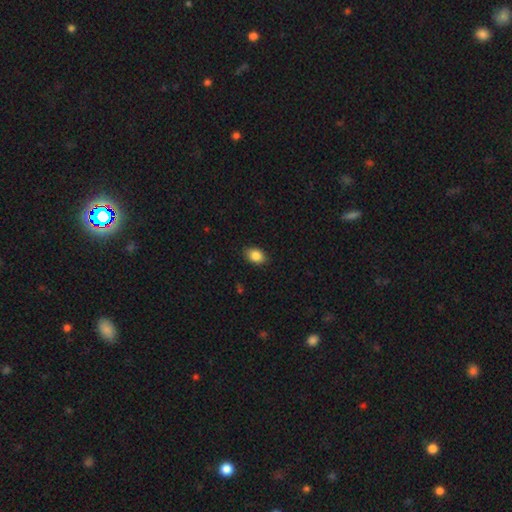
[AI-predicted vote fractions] Smooth or featured?
  - smooth: 87% *
  - star or artifact: 8%
  - featured or disk: 5%
How rounded?
  - in between: 77% *
  - round: 22%
  - cigar-shaped: 1%
Merging?
  - none: 86% *
  - minor disturbance: 10%
  - major disturbance: 2%
  - merger: 1%